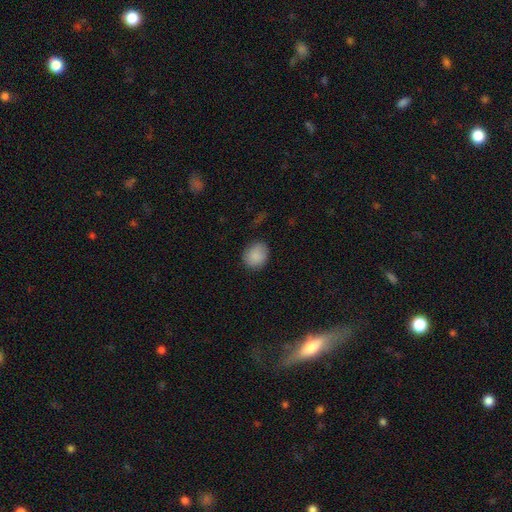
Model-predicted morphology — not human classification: smooth 88%, star or artifact 8%, featured or disk 4%. Down the decision tree: how rounded — round (68%); merging — none (84%).